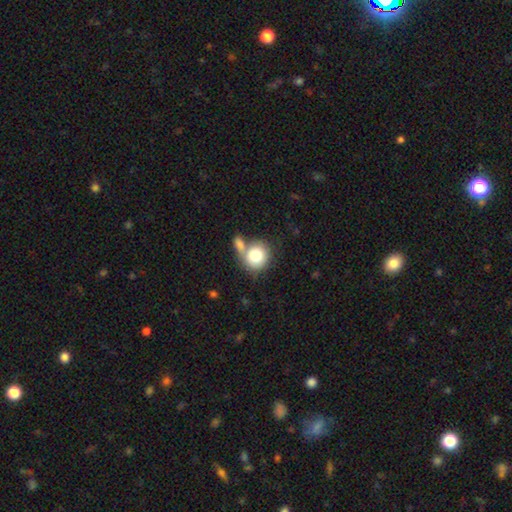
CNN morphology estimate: smooth-or-featured: smooth: 79% | featured or disk: 13% | star or artifact: 8%
  how-rounded: round: 83% | in between: 16% | cigar-shaped: 1%
  merging: none: 44% | merger: 39% | minor disturbance: 11% | major disturbance: 5%